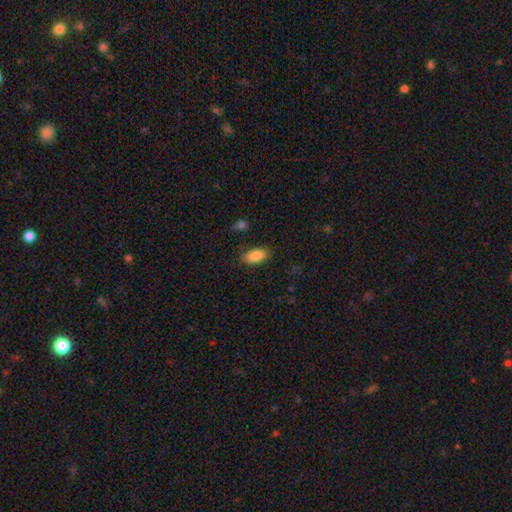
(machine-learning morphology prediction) A smooth galaxy with no disk features (87%) that is in between round and cigar-shaped (92%).

Vote fractions:
- Smooth or featured? smooth: 87% / star or artifact: 7% / featured or disk: 5%
- How rounded? in between: 92% / cigar-shaped: 6% / round: 3%
- Merging? none: 83% / minor disturbance: 12% / major disturbance: 3% / merger: 2%